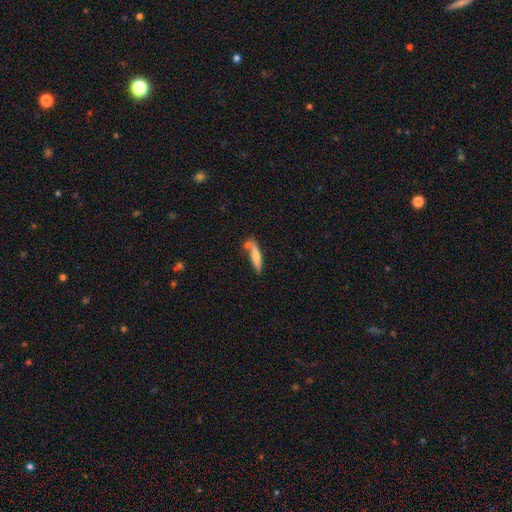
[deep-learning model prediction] This appears to be a smooth galaxy with no disk features (60%) that is cigar-shaped (79%). Merging: none (55%).